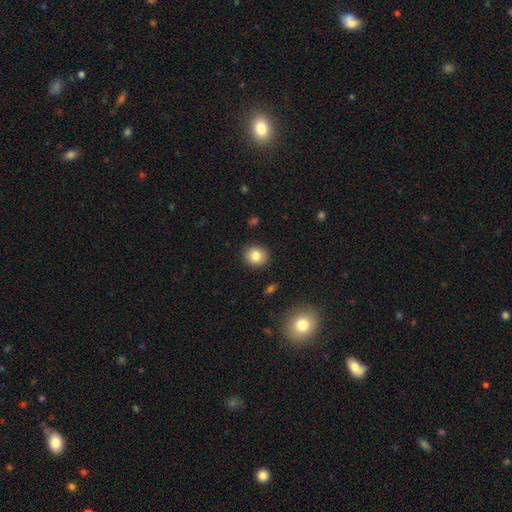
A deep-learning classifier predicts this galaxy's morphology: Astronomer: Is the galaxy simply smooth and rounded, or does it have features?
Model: smooth — 82%.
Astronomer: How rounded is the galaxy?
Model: round — 80%.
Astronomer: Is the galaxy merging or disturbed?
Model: none — 90%.